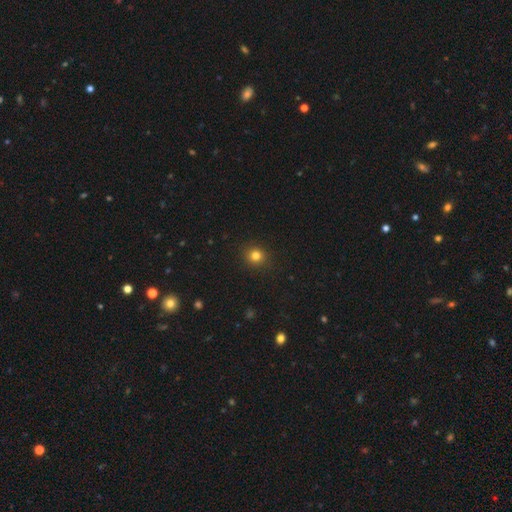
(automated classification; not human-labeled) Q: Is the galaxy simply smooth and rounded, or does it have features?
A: smooth — 81%.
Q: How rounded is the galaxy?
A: round — 89%.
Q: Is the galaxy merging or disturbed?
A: none — 91%.